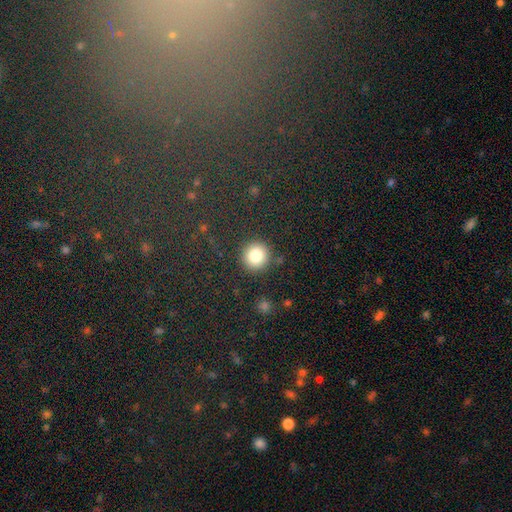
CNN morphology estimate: This is clearly a smooth galaxy (84%). How rounded: clearly round (94%). Merging: clearly none (88%).